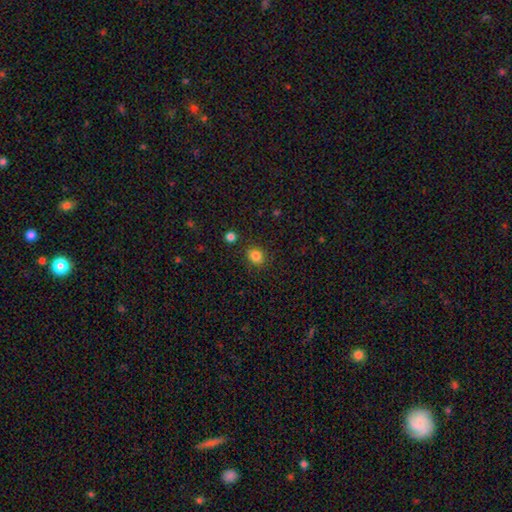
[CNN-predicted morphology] A smooth galaxy with no disk features (83%) that is round (54%). Merging: none (84%).